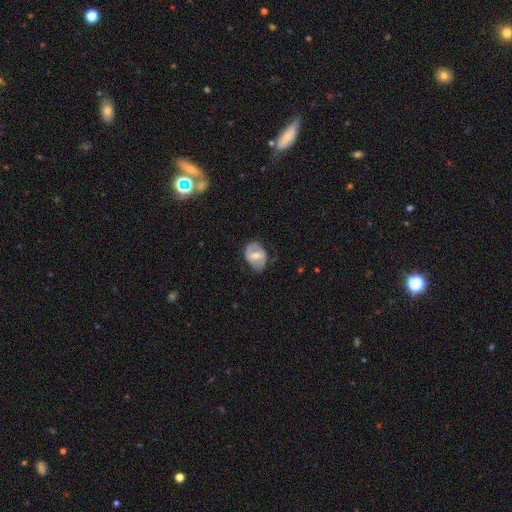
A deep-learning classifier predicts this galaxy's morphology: Q: Smooth or featured?
A: featured or disk (53%); runner-up: smooth (40%)
Q: Edge-on disk?
A: no (94%); runner-up: yes (6%)
Q: Bar?
A: weak (40%); runner-up: strong (32%)
Q: Spiral arms?
A: no (62%); runner-up: yes (38%)
Q: Bulge size?
A: moderate (67%); runner-up: small (27%)
Q: Merging?
A: none (63%); runner-up: minor disturbance (27%)